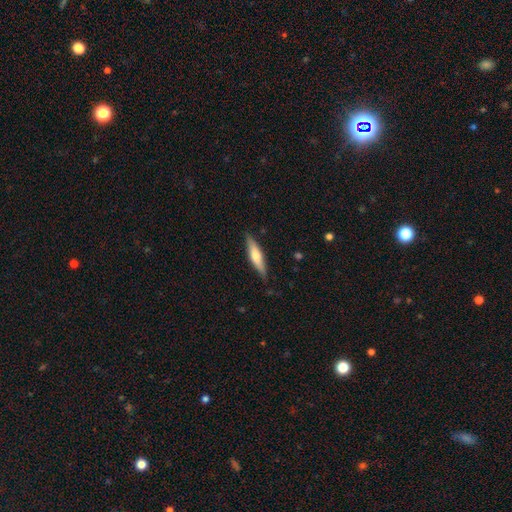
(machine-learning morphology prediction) A smooth galaxy with no disk features (55%) that is cigar-shaped (75%). Merging: none (84%).